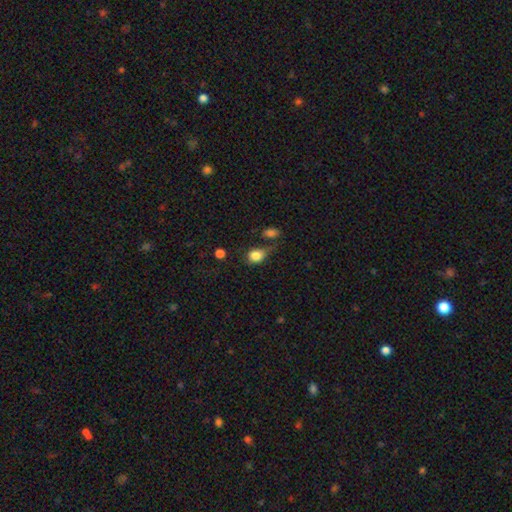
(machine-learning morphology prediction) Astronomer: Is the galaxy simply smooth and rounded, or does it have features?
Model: smooth — 82%.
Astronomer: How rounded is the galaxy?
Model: round — 52% (runner-up: in between, 47%).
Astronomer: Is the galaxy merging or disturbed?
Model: none — 46% (runner-up: minor disturbance, 28%).